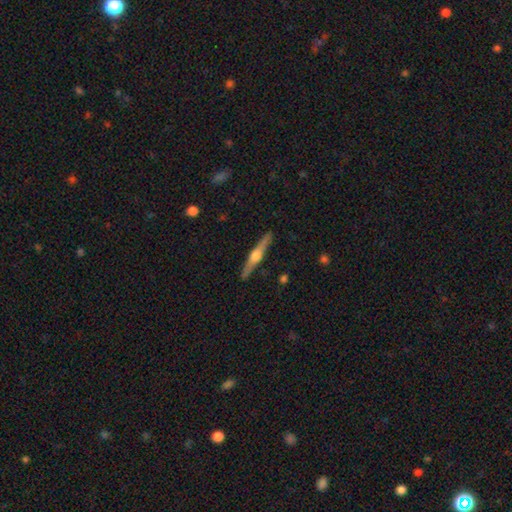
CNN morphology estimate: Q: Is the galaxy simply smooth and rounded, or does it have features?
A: featured or disk — 75%.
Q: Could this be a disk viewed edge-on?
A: yes — 98%.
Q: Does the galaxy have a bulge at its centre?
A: rounded — 94%.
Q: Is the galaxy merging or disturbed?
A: none — 91%.